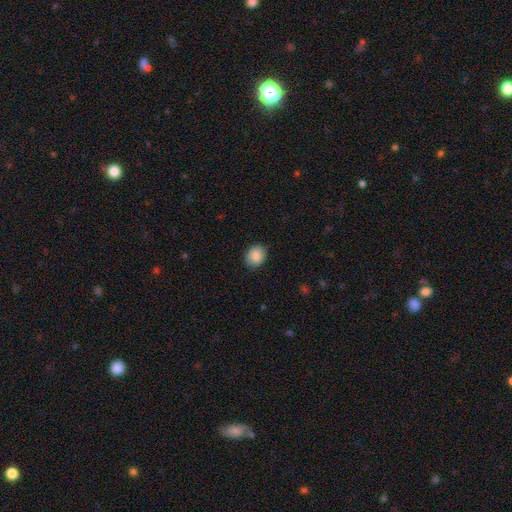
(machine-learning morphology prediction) type=smooth (86%); roundness=round (55%); merging=none (82%).